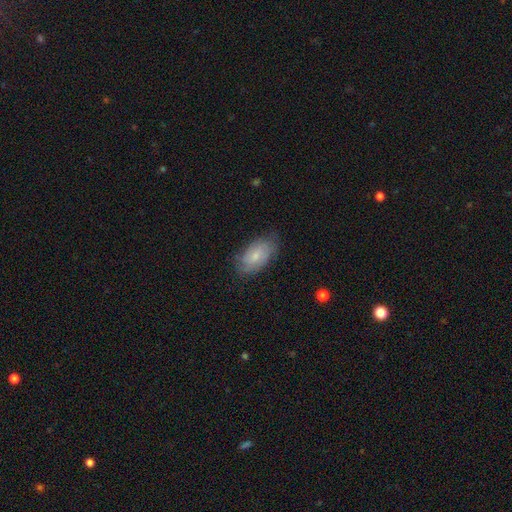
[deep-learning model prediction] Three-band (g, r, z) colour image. It shows a smooth galaxy with no disk features (61%) that is in between round and cigar-shaped (93%). Merging: none (74%).